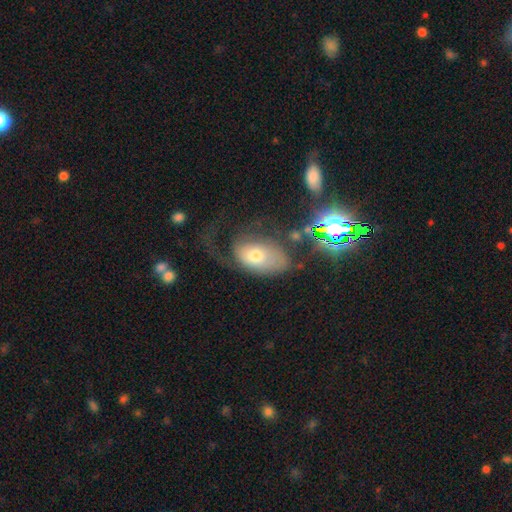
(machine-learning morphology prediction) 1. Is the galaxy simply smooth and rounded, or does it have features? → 50% smooth, 37% featured or disk, 13% star or artifact.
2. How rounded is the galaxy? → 88% in between, 11% round, 2% cigar-shaped.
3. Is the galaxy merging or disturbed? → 43% major disturbance, 31% none, 22% minor disturbance, 4% merger.